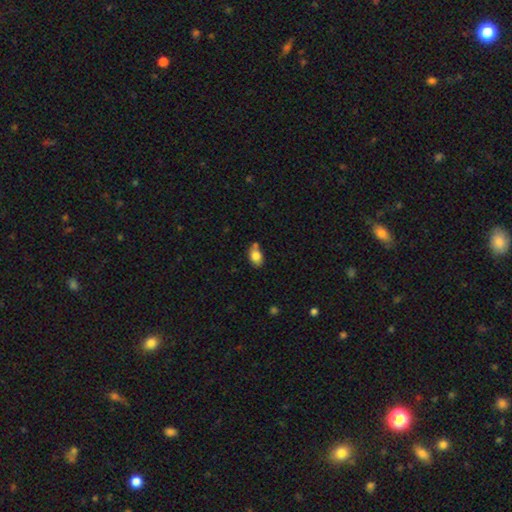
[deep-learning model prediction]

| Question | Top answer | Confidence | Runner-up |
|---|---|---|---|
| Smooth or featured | smooth | 82% | featured or disk (9%) |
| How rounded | in between | 79% | round (19%) |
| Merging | none | 55% | minor disturbance (22%) |